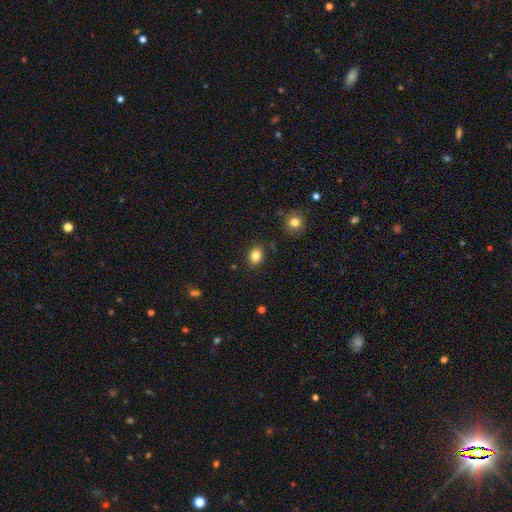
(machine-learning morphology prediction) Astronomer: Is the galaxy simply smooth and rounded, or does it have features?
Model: smooth — 84%.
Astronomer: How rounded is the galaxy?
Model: in between — 71%.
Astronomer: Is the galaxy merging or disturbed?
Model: none — 85%.